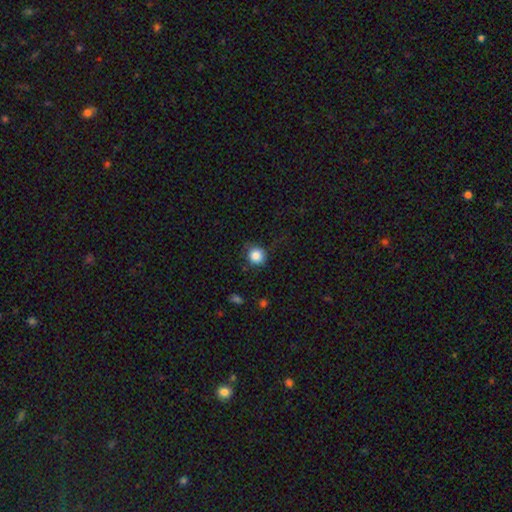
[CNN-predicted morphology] A smooth galaxy with no disk features (85%) that is round (89%). Merging: none (76%).